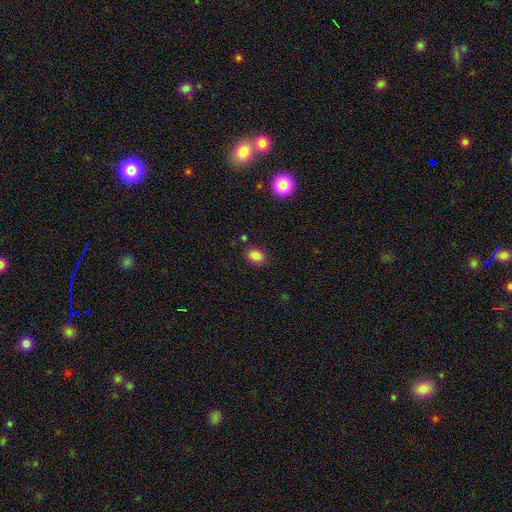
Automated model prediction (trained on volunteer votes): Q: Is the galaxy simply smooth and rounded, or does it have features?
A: smooth — 84%.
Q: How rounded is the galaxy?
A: in between — 60%.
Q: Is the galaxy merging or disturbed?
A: none — 84%.